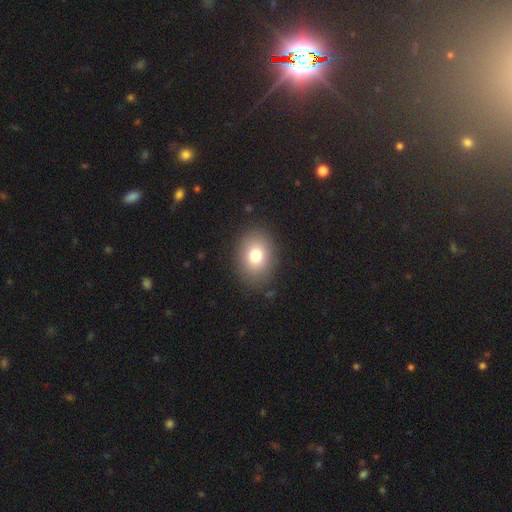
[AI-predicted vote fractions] Smooth or featured? smooth (77%)
How rounded? in between (56%)
Merging? none (87%)